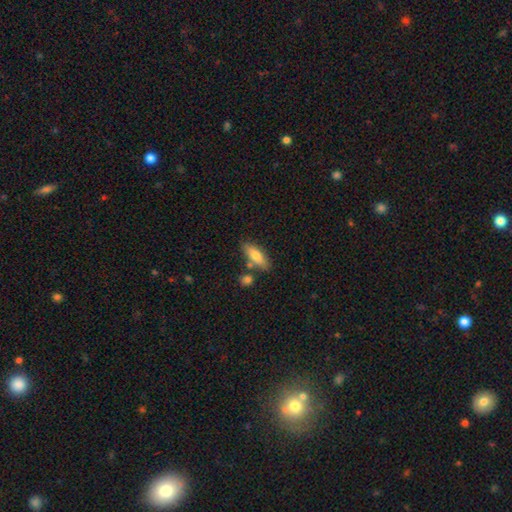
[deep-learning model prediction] smooth 74%, featured or disk 20%, star or artifact 6%. Down the decision tree: how rounded — in between (63%); merging — none (71%).